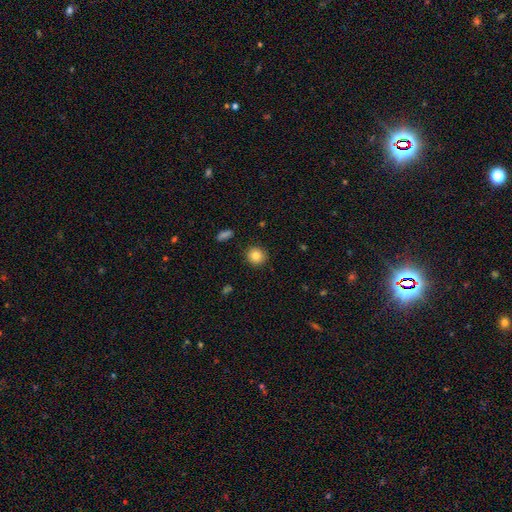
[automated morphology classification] The model was most divided on "smooth or featured": smooth: 83%, star or artifact: 10%, featured or disk: 7%. More confident: merging — none (91%); how rounded — round (90%).